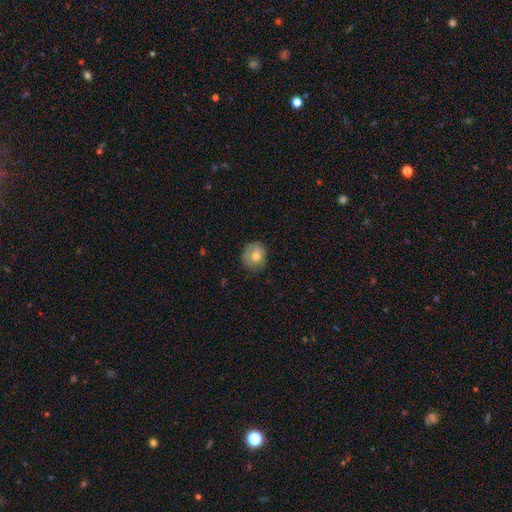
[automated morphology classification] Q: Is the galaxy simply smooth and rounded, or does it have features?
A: smooth — 73%.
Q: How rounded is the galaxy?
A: round — 77%.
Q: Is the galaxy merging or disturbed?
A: none — 69%.